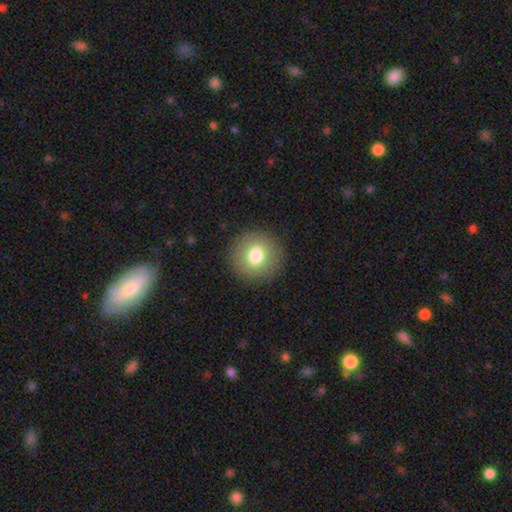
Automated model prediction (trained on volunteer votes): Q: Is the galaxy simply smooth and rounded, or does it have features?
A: smooth — 77%.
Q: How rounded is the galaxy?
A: round — 93%.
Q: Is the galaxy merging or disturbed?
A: none — 90%.